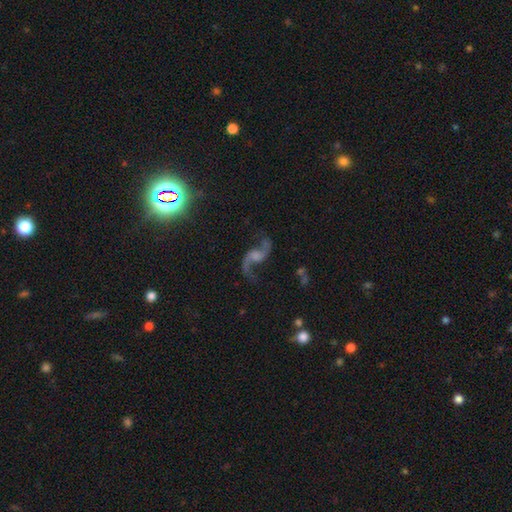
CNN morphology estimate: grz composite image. It shows a featured or disk galaxy (86%) with no bar (51%), 2 (93%) loose (86%) spiral arms (97%) and no central bulge (45%). Merging: none (74%).